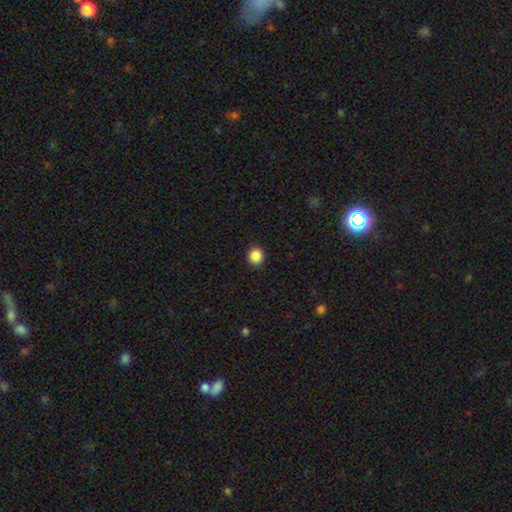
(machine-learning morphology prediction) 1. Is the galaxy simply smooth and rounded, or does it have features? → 87% smooth, 10% star or artifact, 3% featured or disk.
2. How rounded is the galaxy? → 92% round, 7% in between, 1% cigar-shaped.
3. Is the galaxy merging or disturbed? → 92% none, 5% minor disturbance, 2% major disturbance, 1% merger.